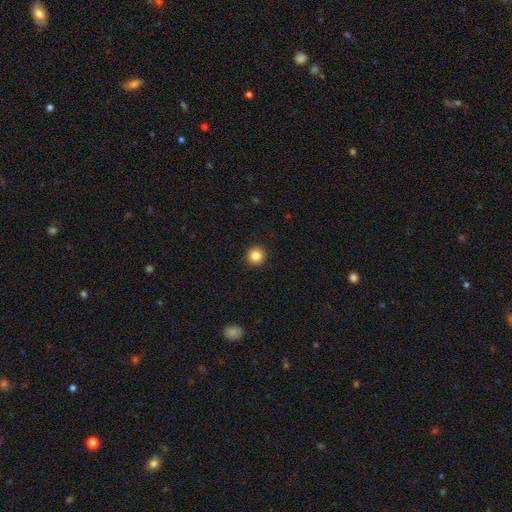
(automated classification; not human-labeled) Smooth or featured? Predicted: smooth (p=0.86). How rounded? Predicted: round (p=0.95). Merging? Predicted: none (p=0.93).